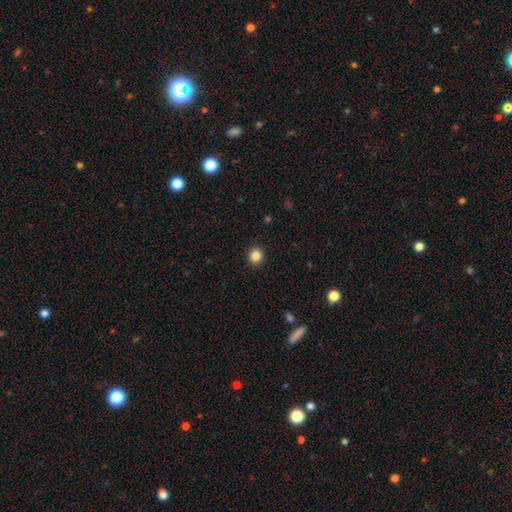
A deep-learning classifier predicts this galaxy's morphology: This appears to be a smooth galaxy with no disk features (85%) that is round (82%). Merging: none (92%).